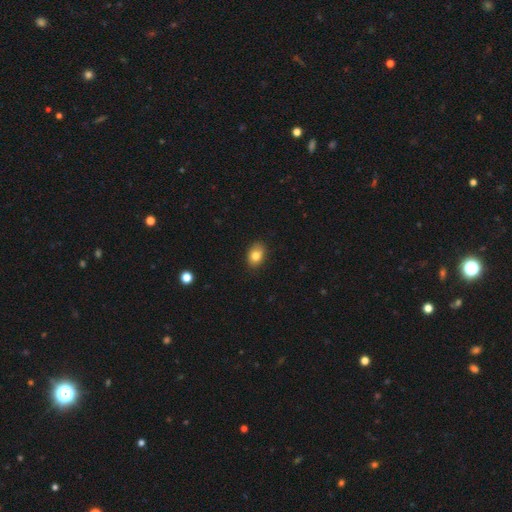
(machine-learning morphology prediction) smooth-or-featured: smooth: 81% | featured or disk: 10% | star or artifact: 9%
  how-rounded: in between: 75% | round: 24% | cigar-shaped: 1%
  merging: none: 85% | minor disturbance: 12% | major disturbance: 2% | merger: 1%